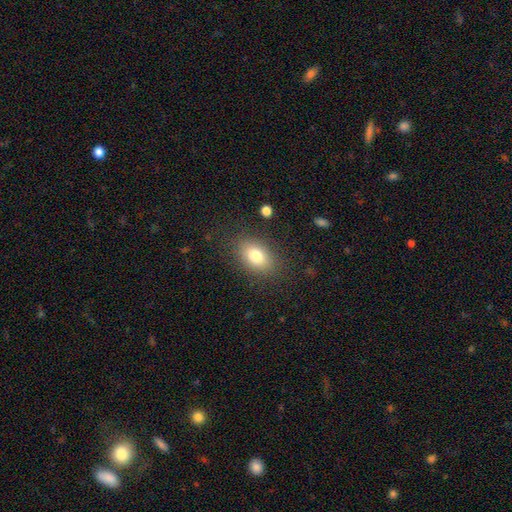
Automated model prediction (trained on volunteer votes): A smooth galaxy with no disk features (79%) that is in between round and cigar-shaped (82%). Merging: none (83%).